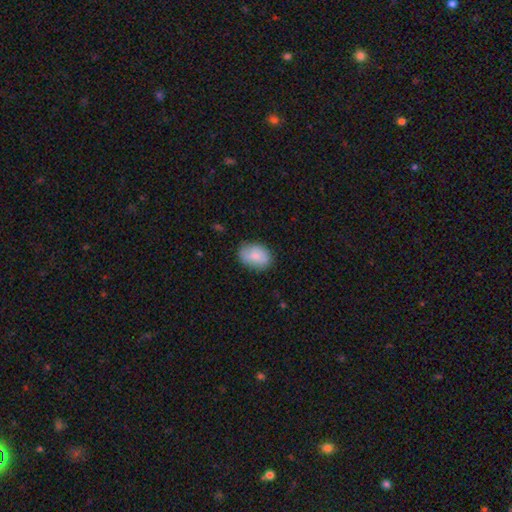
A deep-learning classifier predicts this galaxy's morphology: A smooth galaxy with no disk features (80%) that is in between round and cigar-shaped (77%). Merging: none (76%).